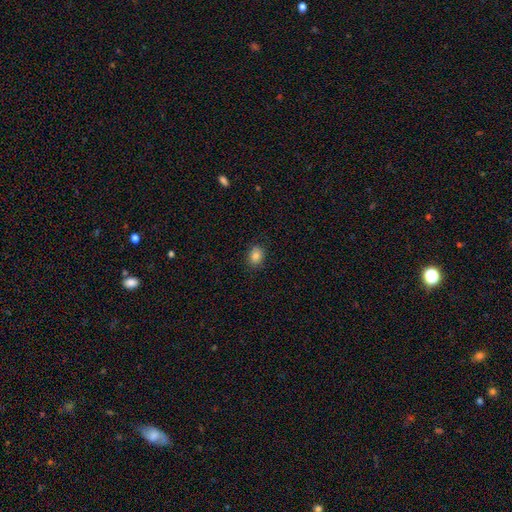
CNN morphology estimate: Smooth or featured? Predicted: smooth (p=0.85). How rounded? Predicted: in between (p=0.55). Merging? Predicted: none (p=0.87).